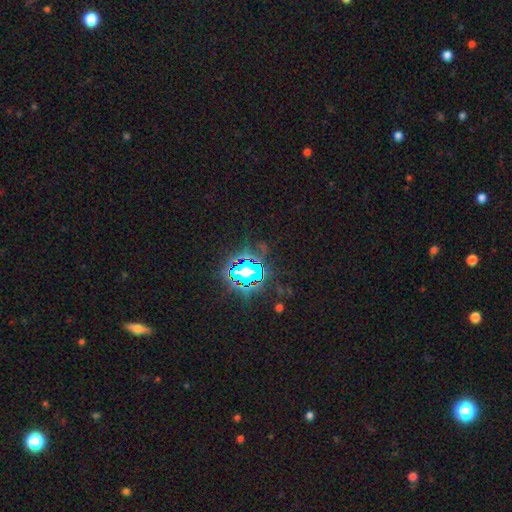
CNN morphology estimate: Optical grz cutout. It shows a star or artifact, not a galaxy (84%).